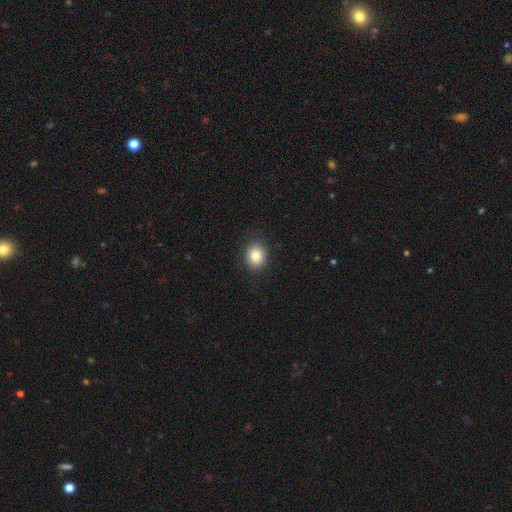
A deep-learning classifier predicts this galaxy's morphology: Overall: smooth (84%). How rounded: round (65%; in between 34%). Merging: none (88%).